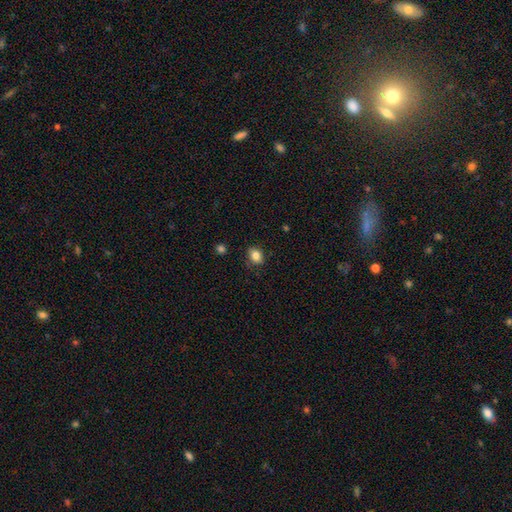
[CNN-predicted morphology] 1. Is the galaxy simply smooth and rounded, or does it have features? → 83% smooth, 10% star or artifact, 7% featured or disk.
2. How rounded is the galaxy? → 66% in between, 33% round, 1% cigar-shaped.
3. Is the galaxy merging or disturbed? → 80% none, 16% minor disturbance, 3% major disturbance, 1% merger.